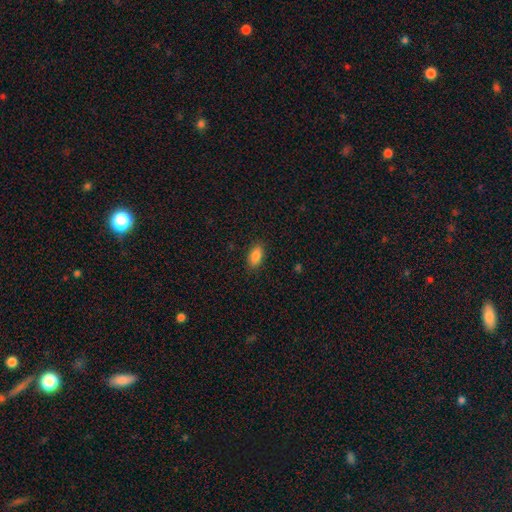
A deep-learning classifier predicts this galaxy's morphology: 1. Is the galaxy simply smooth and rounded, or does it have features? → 86% smooth, 8% star or artifact, 6% featured or disk.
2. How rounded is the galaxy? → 90% in between, 6% cigar-shaped, 4% round.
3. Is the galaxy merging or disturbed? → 88% none, 9% minor disturbance, 2% major disturbance, 1% merger.